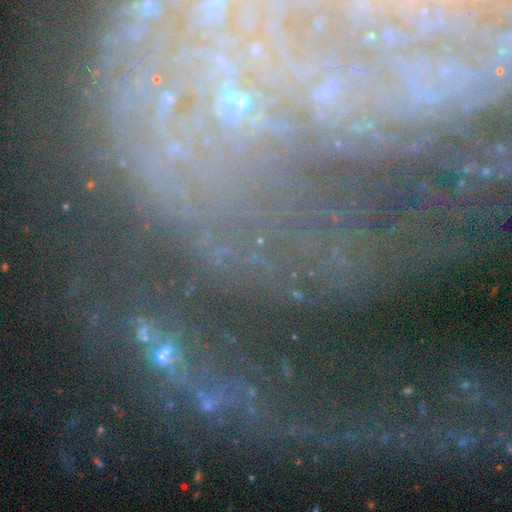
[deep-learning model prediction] Q: Smooth or featured?
A: featured or disk (57%); runner-up: star or artifact (31%)
Q: Edge-on disk?
A: no (90%); runner-up: yes (10%)
Q: Bar?
A: no (56%); runner-up: weak (25%)
Q: Spiral arms?
A: yes (85%); runner-up: no (15%)
Q: Bulge size?
A: small (65%); runner-up: moderate (15%)
Q: Merging?
A: none (61%); runner-up: major disturbance (17%)